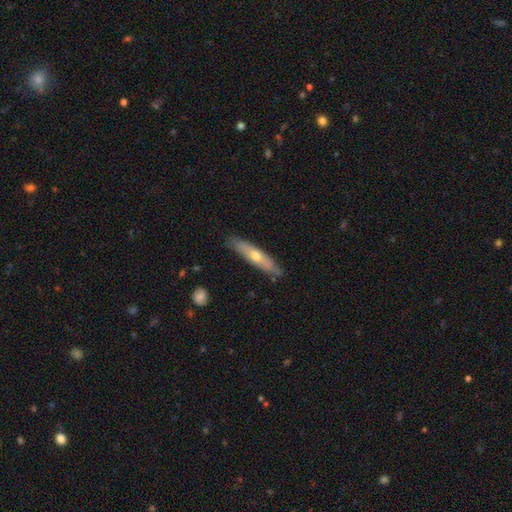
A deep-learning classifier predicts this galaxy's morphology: Smooth or featured: featured or disk — 47% (tied with smooth — 47%)
Merging: none — 83% (minor disturbance — 13%)